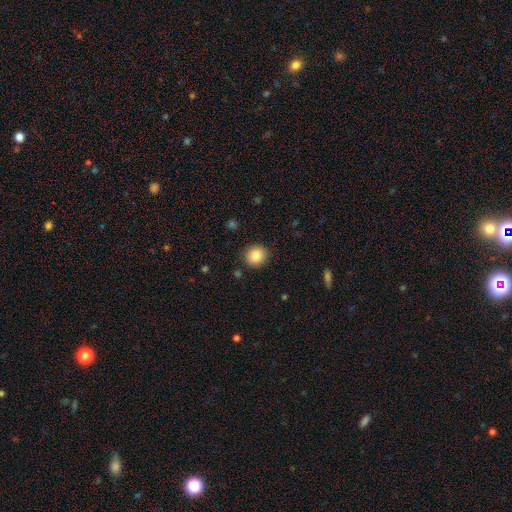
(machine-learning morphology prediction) This appears to be a smooth galaxy with no disk features (85%) that is round (86%). Merging: none (88%).